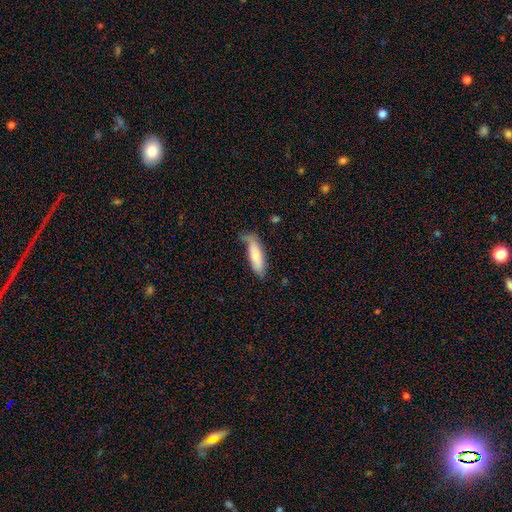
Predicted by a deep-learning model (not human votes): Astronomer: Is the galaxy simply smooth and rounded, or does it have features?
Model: smooth — 80%.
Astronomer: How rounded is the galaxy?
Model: cigar-shaped — 51% (runner-up: in between, 47%).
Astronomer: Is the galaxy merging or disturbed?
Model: none — 53% (runner-up: minor disturbance, 33%).